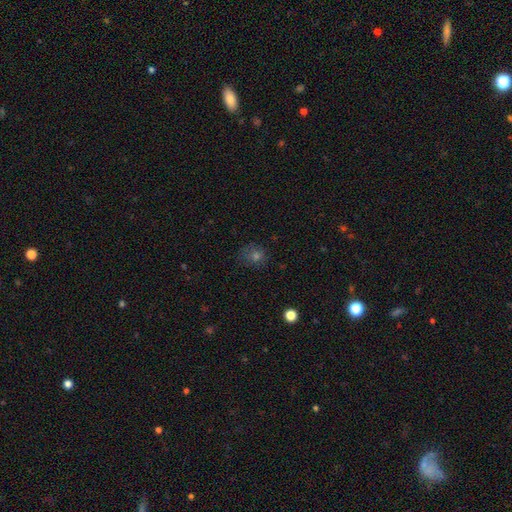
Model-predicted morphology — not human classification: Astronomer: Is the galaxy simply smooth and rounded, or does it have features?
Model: smooth — 64%.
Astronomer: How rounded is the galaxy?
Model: round — 76%.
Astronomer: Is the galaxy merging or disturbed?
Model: none — 74%.